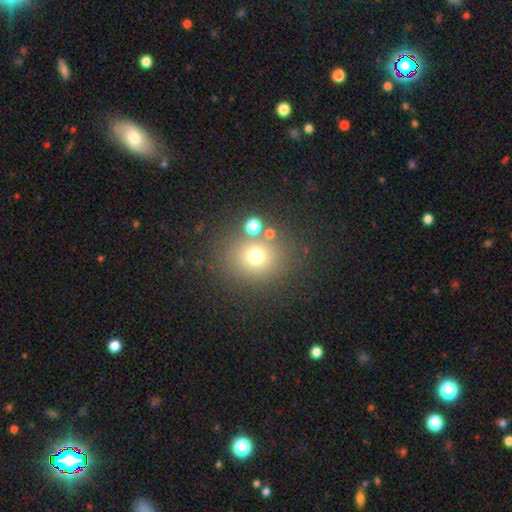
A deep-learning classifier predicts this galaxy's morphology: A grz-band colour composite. It shows a smooth galaxy with no disk features (69%) that is round (80%). Merging: none (76%).